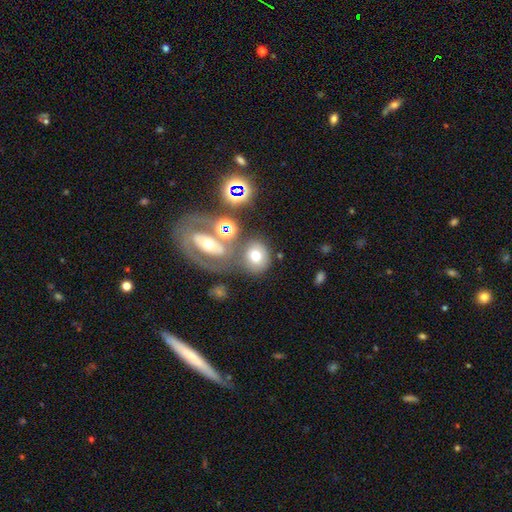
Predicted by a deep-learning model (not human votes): This is likely a smooth galaxy (62%). How rounded: likely round (62%). Merging: possibly none (55%).